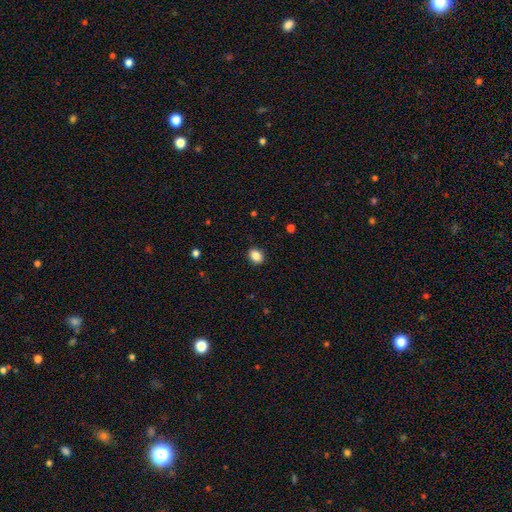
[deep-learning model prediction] smooth-or-featured: smooth: 87% | star or artifact: 9% | featured or disk: 4%
  how-rounded: in between: 54% | round: 45% | cigar-shaped: 1%
  merging: none: 90% | minor disturbance: 7% | major disturbance: 2% | merger: 1%